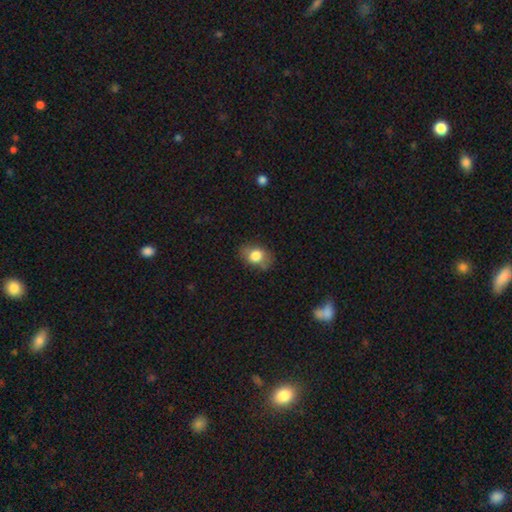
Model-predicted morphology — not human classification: Overall: smooth (75%). How rounded: in between (74%). Merging: none (74%).